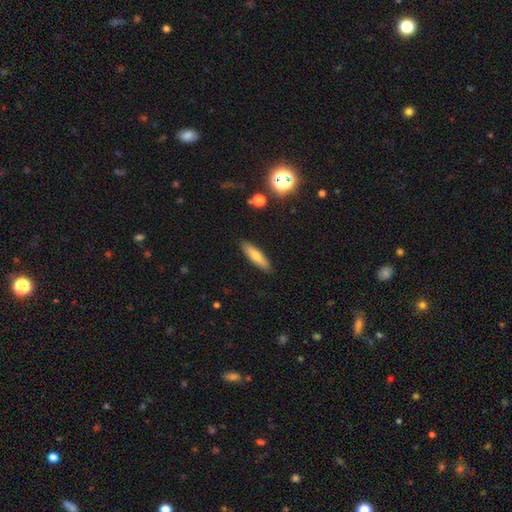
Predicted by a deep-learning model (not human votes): Smooth or featured?
  - smooth: 64% *
  - featured or disk: 27%
  - star or artifact: 9%
How rounded?
  - cigar-shaped: 74% *
  - in between: 24%
  - round: 2%
Merging?
  - none: 90% *
  - minor disturbance: 8%
  - major disturbance: 2%
  - merger: 1%